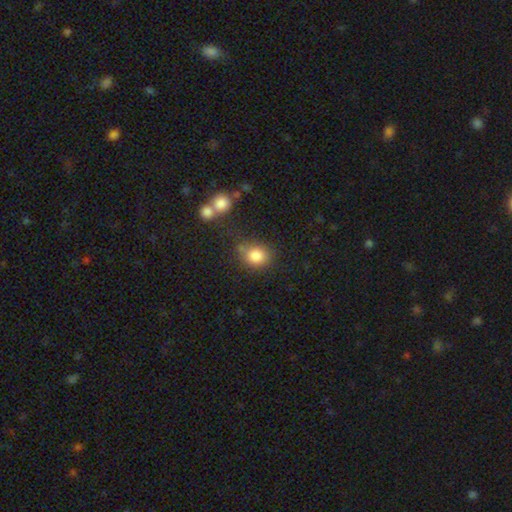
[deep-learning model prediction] Smooth or featured?
  - smooth: 84% *
  - star or artifact: 10%
  - featured or disk: 6%
How rounded?
  - round: 69% *
  - in between: 30%
  - cigar-shaped: 1%
Merging?
  - none: 63% *
  - minor disturbance: 18%
  - merger: 12%
  - major disturbance: 6%